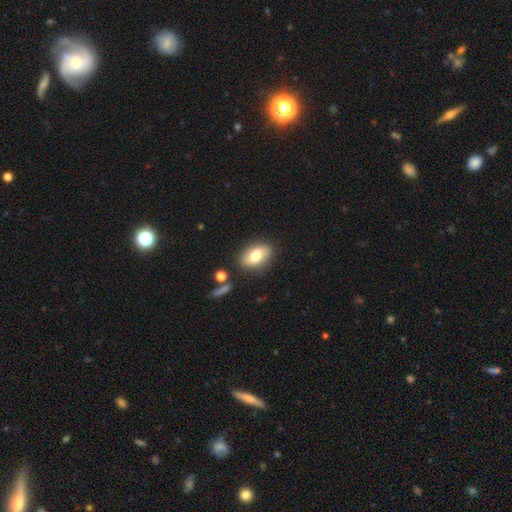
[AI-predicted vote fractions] Smooth or featured? smooth (73%)
How rounded? in between (88%)
Merging? none (81%)